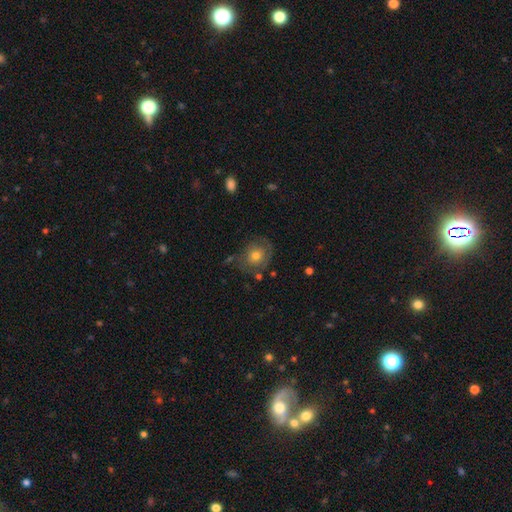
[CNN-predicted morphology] smooth-or-featured: smooth: 47% | featured or disk: 44% | star or artifact: 9%
  merging: none: 64% | minor disturbance: 21% | major disturbance: 11% | merger: 4%